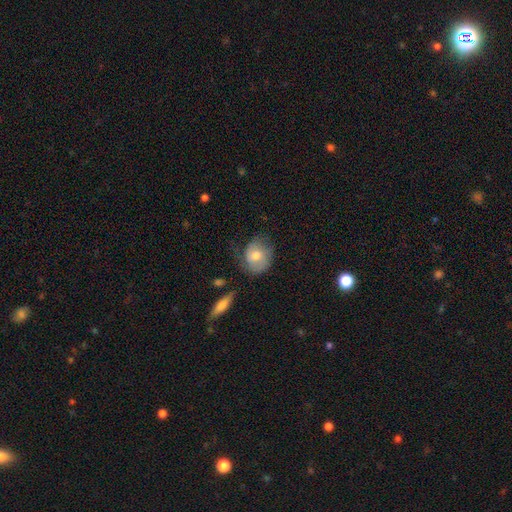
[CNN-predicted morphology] A smooth galaxy with no disk features (59%) that is round (65%). Merging: none (55%).